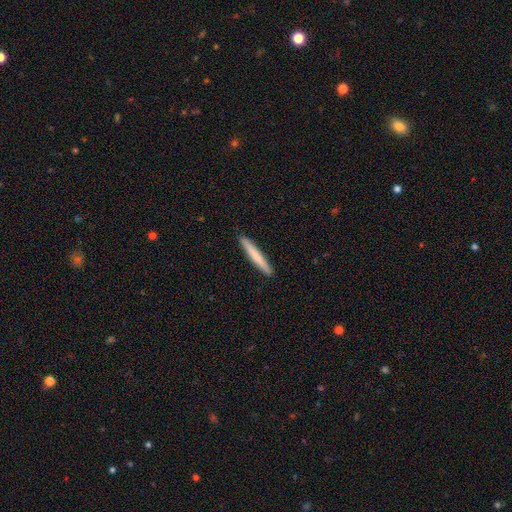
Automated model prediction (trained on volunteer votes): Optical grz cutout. It shows a smooth galaxy with no disk features (73%) that is cigar-shaped (96%). Merging: none (93%).